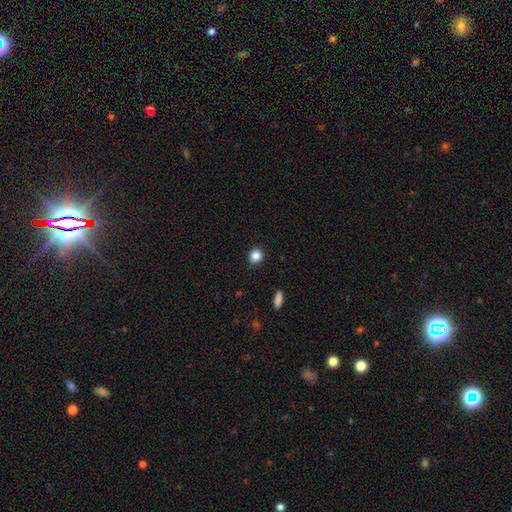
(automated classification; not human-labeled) Morphology: type=smooth (85%); roundness=round (90%); merging=none (92%).